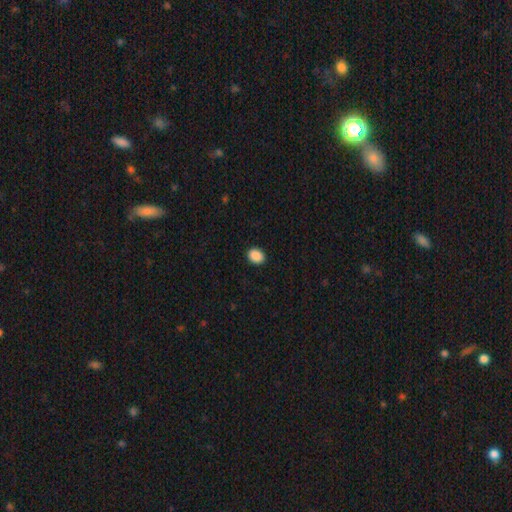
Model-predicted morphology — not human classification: Smooth or featured: smooth — 90% (star or artifact — 8%)
How rounded: in between — 53% (round — 46%)
Merging: none — 91% (minor disturbance — 6%)